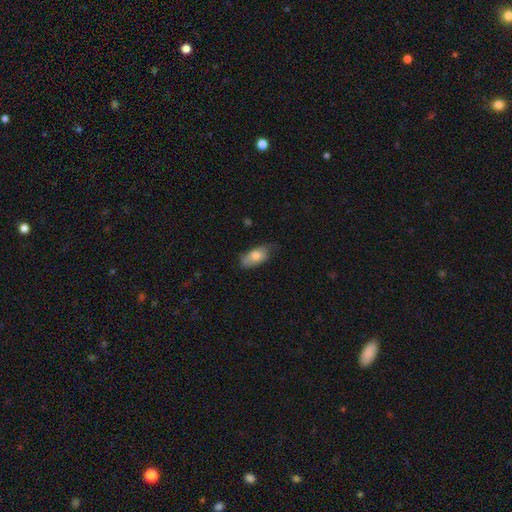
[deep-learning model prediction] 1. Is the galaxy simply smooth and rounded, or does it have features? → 74% smooth, 19% featured or disk, 7% star or artifact.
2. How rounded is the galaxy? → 89% in between, 7% cigar-shaped, 4% round.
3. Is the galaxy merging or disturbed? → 59% none, 32% minor disturbance, 7% major disturbance, 2% merger.